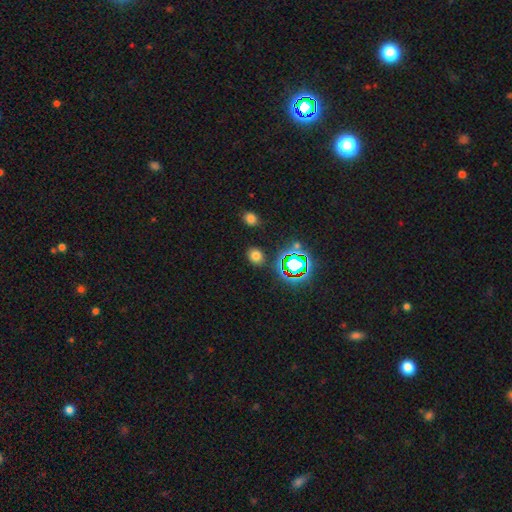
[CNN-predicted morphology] Overall: smooth (67%). How rounded: round (62%; in between 37%). Merging: none (85%).